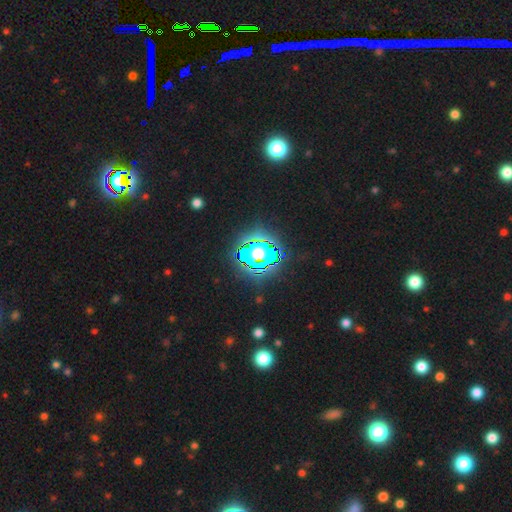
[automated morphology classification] smooth_or_featured: star or artifact (p=0.58) [alt: smooth p=0.24]